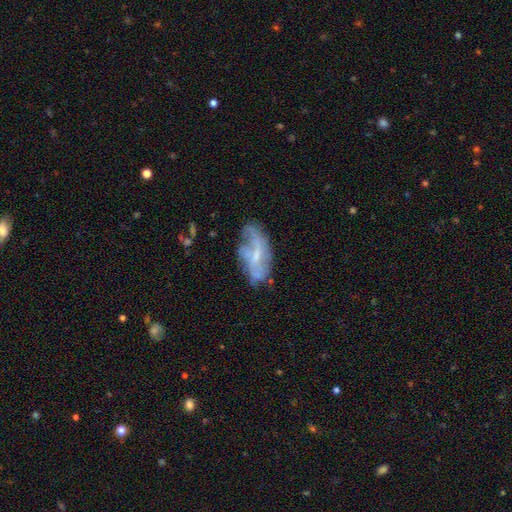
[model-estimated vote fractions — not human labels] featured or disk 66%, smooth 26%, star or artifact 8%. Down the decision tree: edge-on disk — no (92%); bar — no (46%); spiral arms — yes (66%); bulge size — small (59%); merging — none (52%).